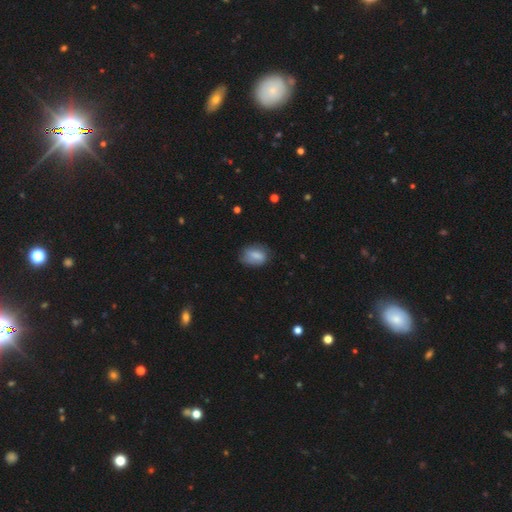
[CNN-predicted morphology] Smooth or featured: smooth — 73% (featured or disk — 19%)
How rounded: in between — 79% (round — 19%)
Merging: none — 66% (minor disturbance — 26%)